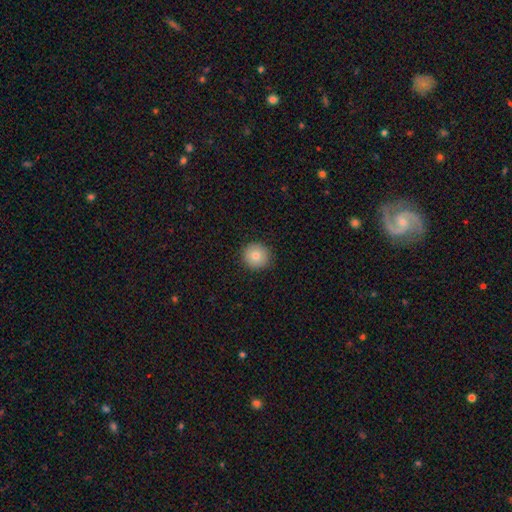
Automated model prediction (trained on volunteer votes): Overall: smooth (81%). How rounded: round (95%). Merging: none (92%).